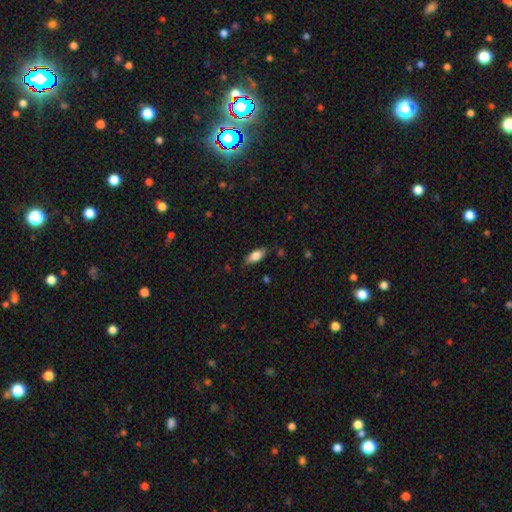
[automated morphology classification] A smooth galaxy with no disk features (78%) that is in between round and cigar-shaped (84%). Merging: none (81%).